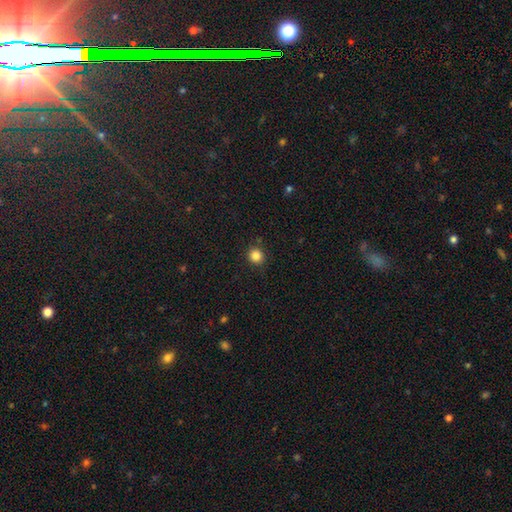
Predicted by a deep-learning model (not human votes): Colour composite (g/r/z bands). It shows a smooth galaxy with no disk features (85%) that is round (91%). Merging: none (90%).